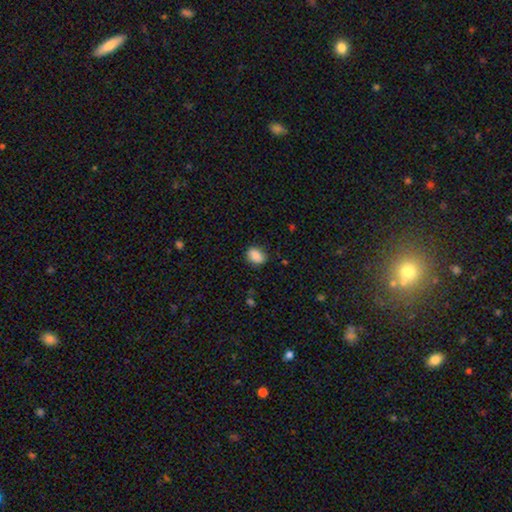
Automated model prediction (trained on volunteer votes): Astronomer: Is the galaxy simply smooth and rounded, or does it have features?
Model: smooth — 88%.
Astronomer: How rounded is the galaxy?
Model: in between — 74%.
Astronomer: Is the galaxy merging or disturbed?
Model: none — 80%.